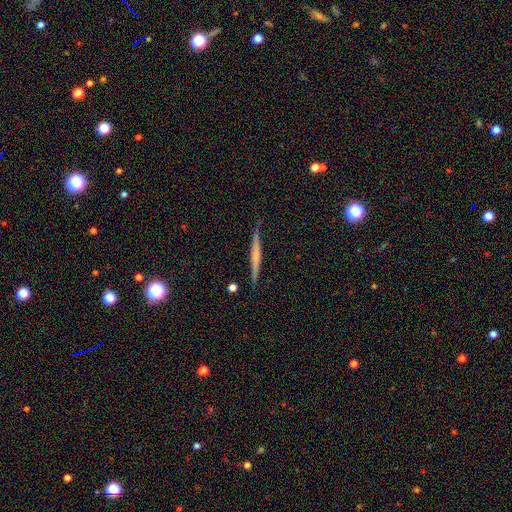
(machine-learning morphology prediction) Smooth or featured?
  - featured or disk: 55% *
  - smooth: 38%
  - star or artifact: 7%
Edge-on disk?
  - yes: 97% *
  - no: 3%
Edge-on bulge?
  - none: 60% *
  - rounded: 27%
  - boxy: 14%
Merging?
  - none: 87% *
  - minor disturbance: 10%
  - major disturbance: 2%
  - merger: 1%